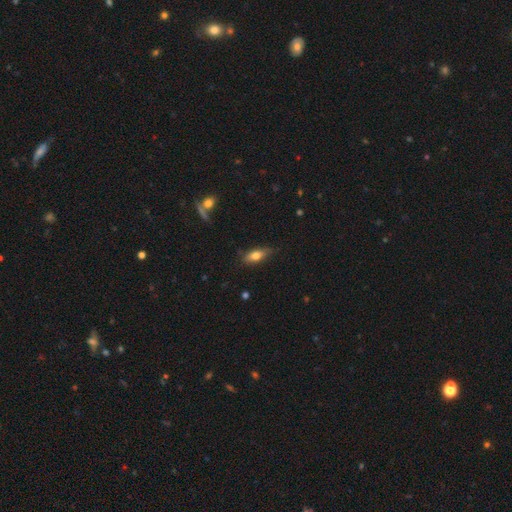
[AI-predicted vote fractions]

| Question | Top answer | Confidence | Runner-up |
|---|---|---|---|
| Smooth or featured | smooth | 68% | featured or disk (25%) |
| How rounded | in between | 67% | cigar-shaped (29%) |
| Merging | none | 73% | minor disturbance (21%) |